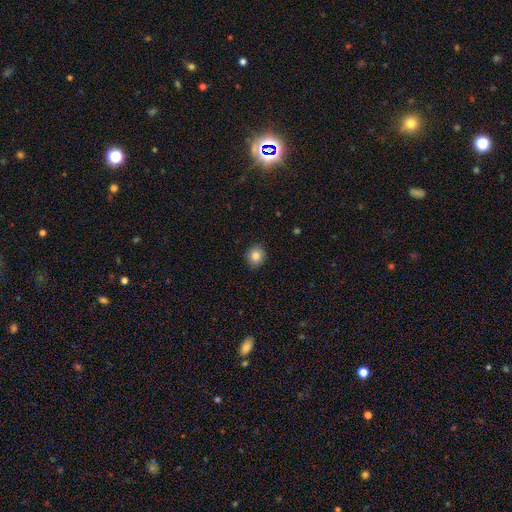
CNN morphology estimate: Q: Smooth or featured?
A: smooth (85%); runner-up: star or artifact (9%)
Q: How rounded?
A: round (86%); runner-up: in between (13%)
Q: Merging?
A: none (87%); runner-up: minor disturbance (10%)